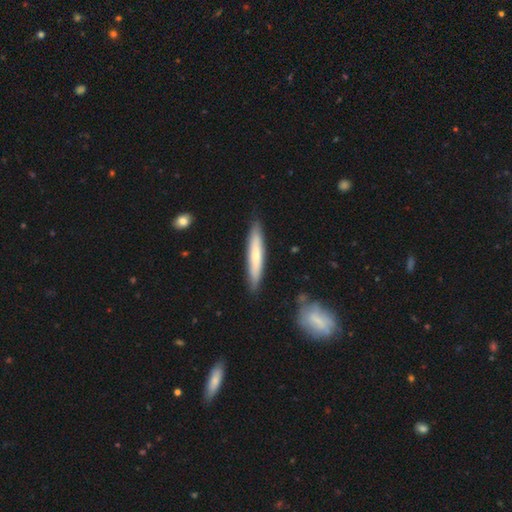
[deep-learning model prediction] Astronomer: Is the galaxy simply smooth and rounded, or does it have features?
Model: smooth — 61%.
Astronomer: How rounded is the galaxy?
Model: cigar-shaped — 92%.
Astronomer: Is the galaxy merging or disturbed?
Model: none — 87%.